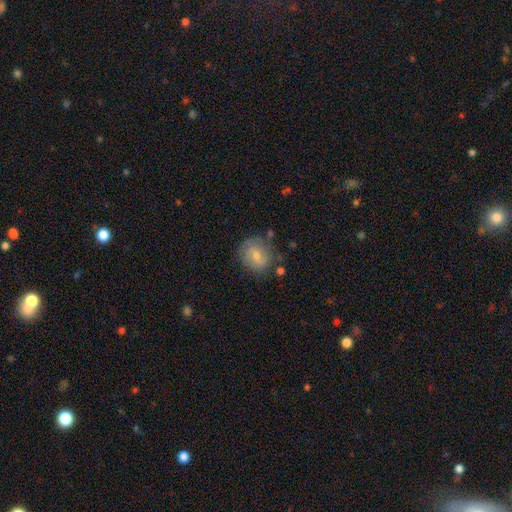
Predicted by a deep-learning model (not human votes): Smooth or featured? smooth (56%)
How rounded? round (74%)
Merging? none (69%)